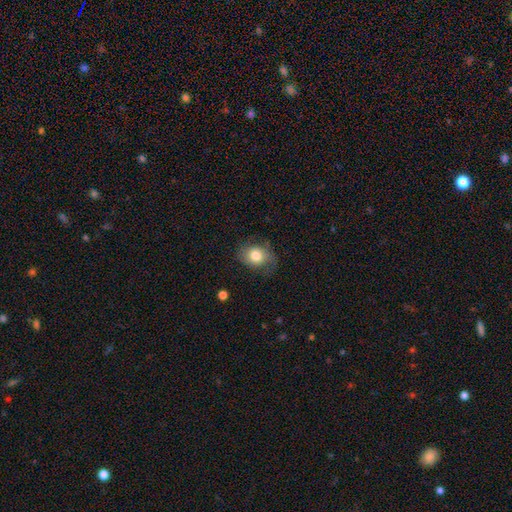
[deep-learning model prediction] Overall: smooth (76%). How rounded: in between (57%; round 42%). Merging: none (64%).